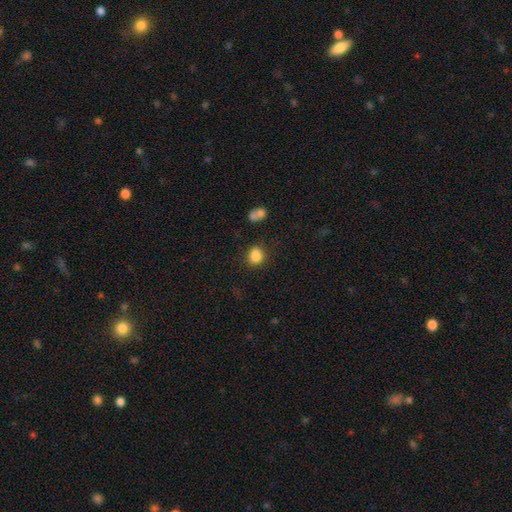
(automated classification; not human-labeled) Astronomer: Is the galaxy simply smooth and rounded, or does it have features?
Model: smooth — 85%.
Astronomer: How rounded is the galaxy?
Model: round — 57% (runner-up: in between, 42%).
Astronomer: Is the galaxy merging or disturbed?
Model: none — 76%.